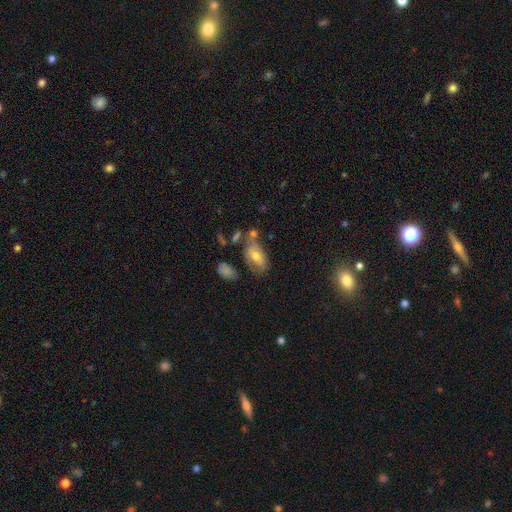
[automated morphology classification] Q: Smooth or featured?
A: smooth (60%); runner-up: featured or disk (30%)
Q: How rounded?
A: in between (89%); runner-up: round (6%)
Q: Merging?
A: none (50%); runner-up: minor disturbance (24%)